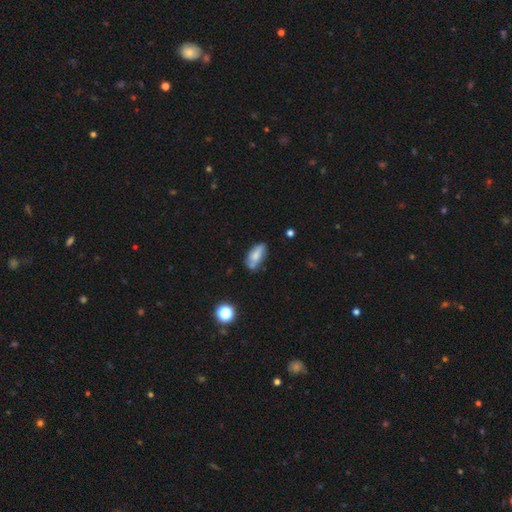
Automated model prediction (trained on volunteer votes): The model was most divided on "merging": none: 58%, minor disturbance: 29%, major disturbance: 7%, merger: 6%. More confident: how rounded — in between (82%); smooth or featured — smooth (66%).